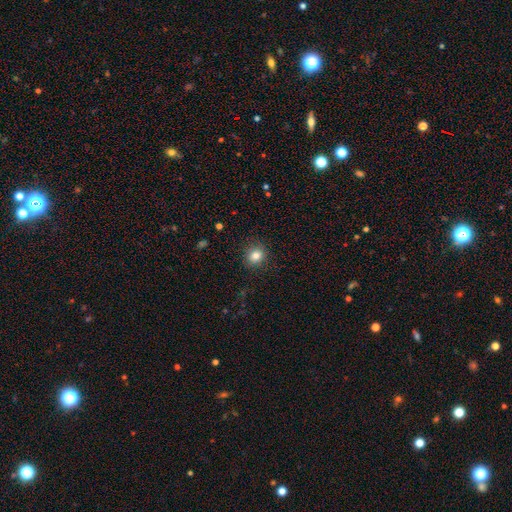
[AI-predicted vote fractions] Q: Smooth or featured?
A: smooth (82%); runner-up: star or artifact (11%)
Q: How rounded?
A: round (81%); runner-up: in between (18%)
Q: Merging?
A: none (88%); runner-up: minor disturbance (8%)